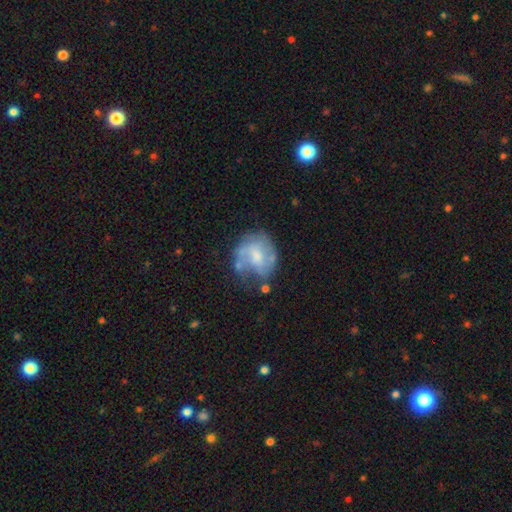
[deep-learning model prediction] Q: Smooth or featured?
A: featured or disk (52%); runner-up: smooth (40%)
Q: Edge-on disk?
A: no (97%); runner-up: yes (3%)
Q: Bar?
A: no (51%); runner-up: weak (40%)
Q: Spiral arms?
A: yes (54%); runner-up: no (46%)
Q: Bulge size?
A: moderate (44%); runner-up: small (35%)
Q: Merging?
A: none (46%); runner-up: minor disturbance (26%)